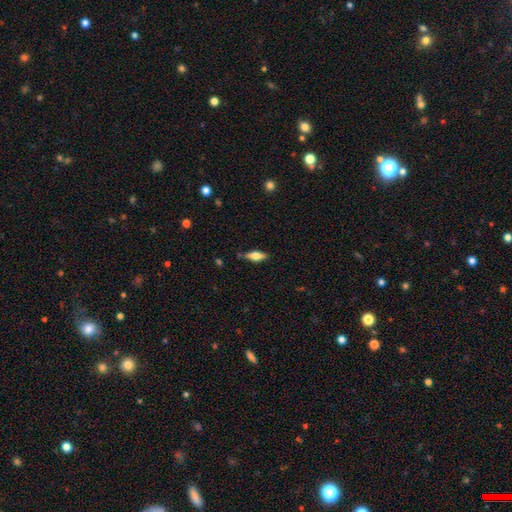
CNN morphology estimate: Q: Smooth or featured?
A: smooth (51%); runner-up: featured or disk (42%)
Q: How rounded?
A: in between (62%); runner-up: cigar-shaped (35%)
Q: Merging?
A: none (80%); runner-up: minor disturbance (15%)